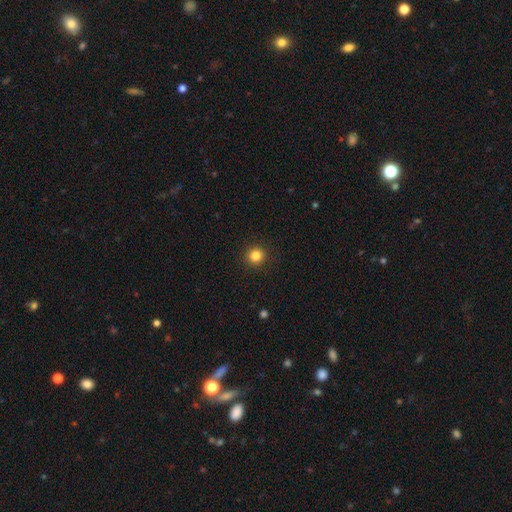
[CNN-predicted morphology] This appears to be a smooth galaxy with no disk features (84%) that is round (93%). Merging: none (92%).